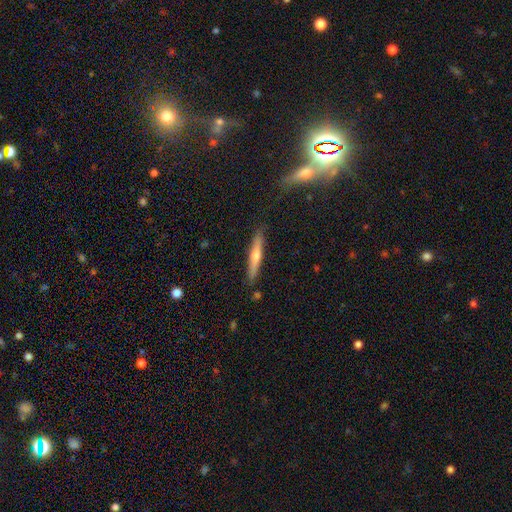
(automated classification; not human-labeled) featured or disk 55%, smooth 38%, star or artifact 7%. Down the decision tree: edge-on disk — yes (95%); edge-on bulge — rounded (84%); merging — none (88%).